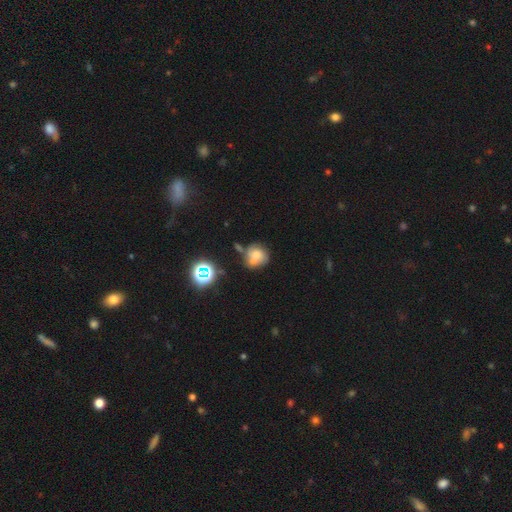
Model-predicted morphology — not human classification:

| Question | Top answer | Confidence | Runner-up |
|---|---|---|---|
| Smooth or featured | smooth | 61% | featured or disk (23%) |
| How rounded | round | 80% | in between (19%) |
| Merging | none | 44% | merger (28%) |